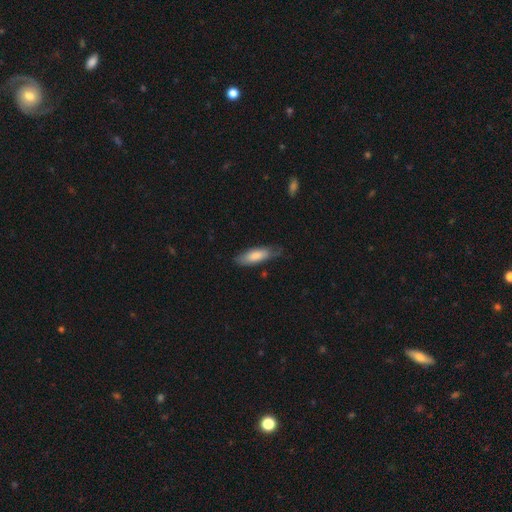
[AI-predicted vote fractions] This appears to be a smooth galaxy with no disk features (78%) that is in between round and cigar-shaped (57%). Merging: none (66%).